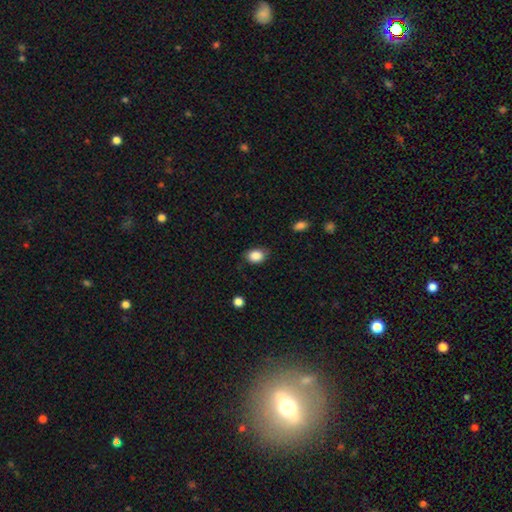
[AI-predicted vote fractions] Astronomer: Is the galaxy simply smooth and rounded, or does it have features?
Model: smooth — 87%.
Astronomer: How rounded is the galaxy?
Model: in between — 68%.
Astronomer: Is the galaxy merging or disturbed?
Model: none — 74%.